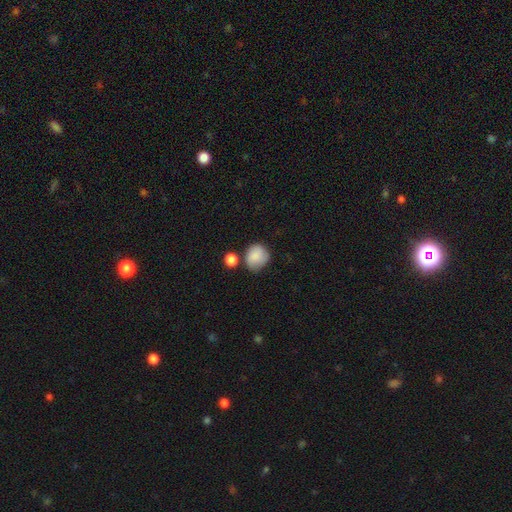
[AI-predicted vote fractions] Smooth or featured? smooth (84%)
How rounded? round (73%)
Merging? none (57%)